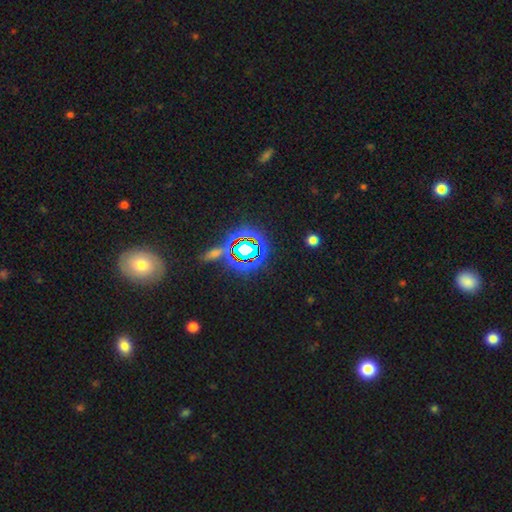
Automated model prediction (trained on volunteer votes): Smooth or featured: star or artifact — 67% (smooth — 21%)